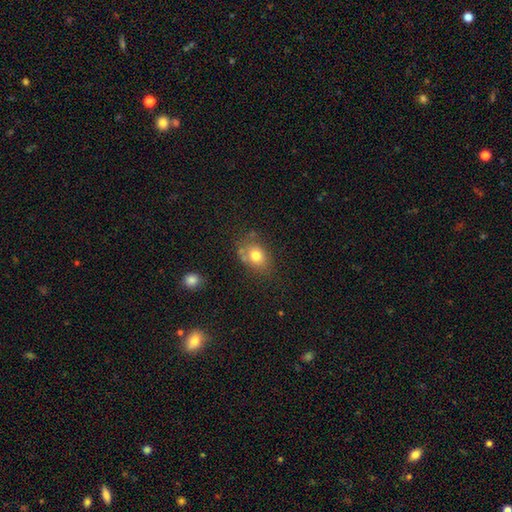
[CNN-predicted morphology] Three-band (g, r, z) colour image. It shows a smooth galaxy with no disk features (76%) that is in between round and cigar-shaped (61%). Merging: none (65%).